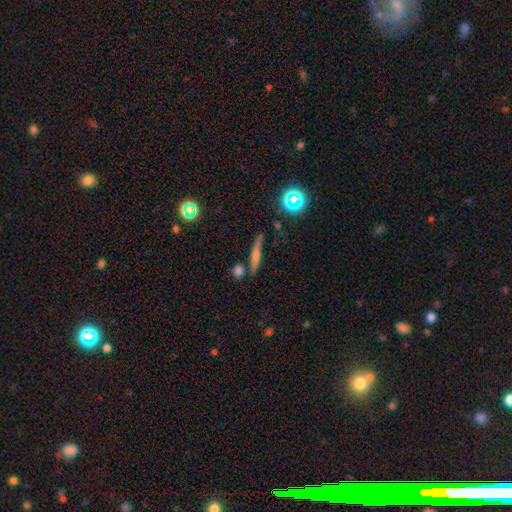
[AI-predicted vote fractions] Smooth or featured? featured or disk (48%)
Merging? none (76%)